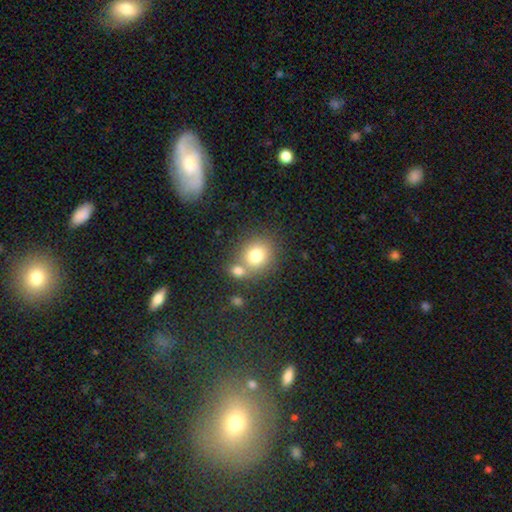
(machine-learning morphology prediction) The model was most divided on "merging": none: 54%, merger: 32%, minor disturbance: 10%, major disturbance: 4%. More confident: how rounded — round (77%); smooth or featured — smooth (77%).